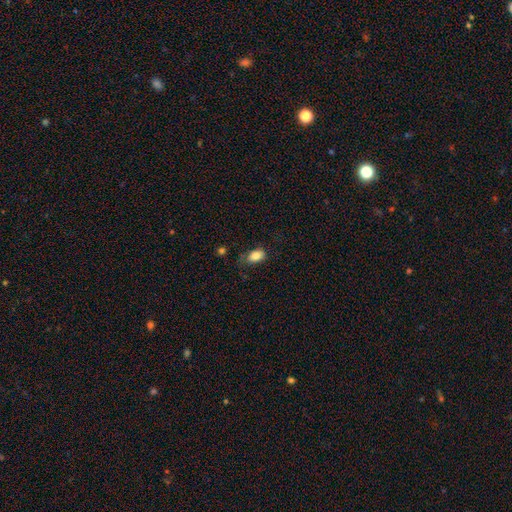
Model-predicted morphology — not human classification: A smooth galaxy with no disk features (86%) that is in between round and cigar-shaped (88%). Merging: none (64%).